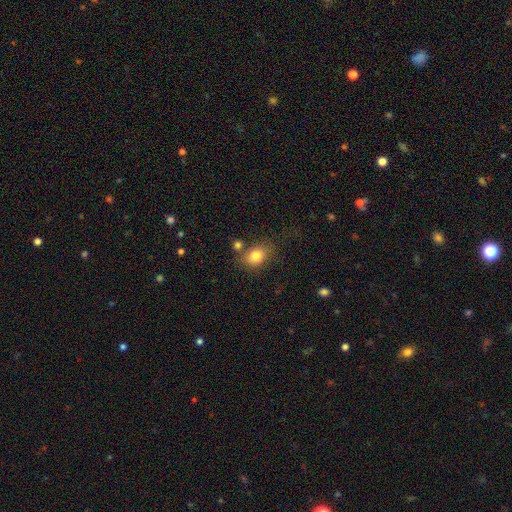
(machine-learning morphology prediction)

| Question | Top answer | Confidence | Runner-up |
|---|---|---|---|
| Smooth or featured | smooth | 80% | star or artifact (11%) |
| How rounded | in between | 60% | round (39%) |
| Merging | none | 64% | minor disturbance (18%) |